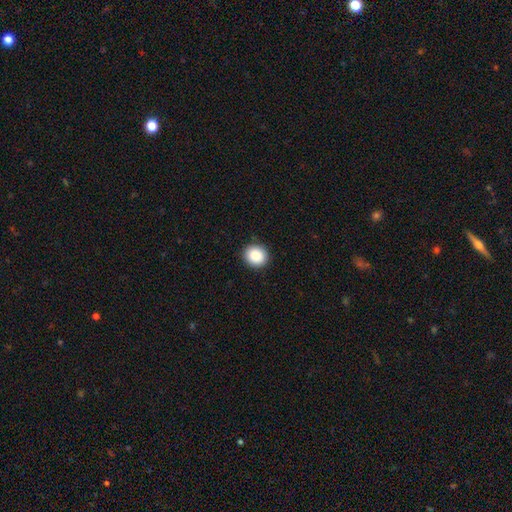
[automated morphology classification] A smooth galaxy with no disk features (89%) that is round (84%). Merging: none (91%).